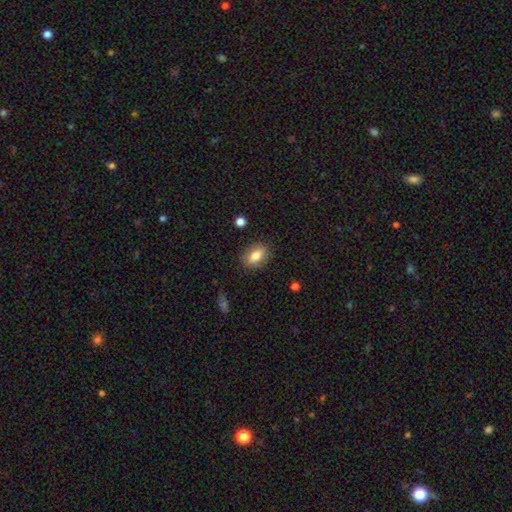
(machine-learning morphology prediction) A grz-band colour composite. It shows a smooth galaxy with no disk features (79%) that is in between round and cigar-shaped (81%). Merging: none (84%).